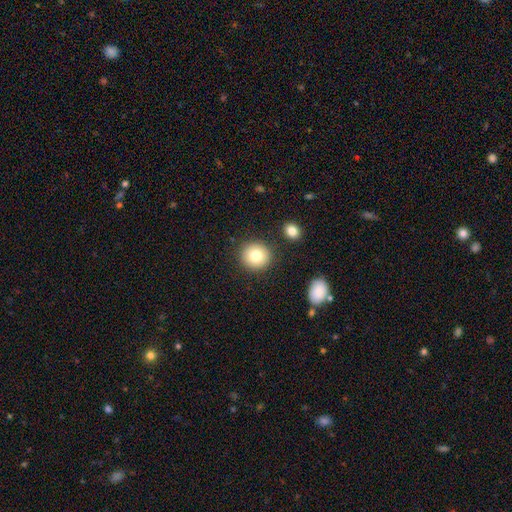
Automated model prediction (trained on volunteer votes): Smooth or featured: smooth — 80% (featured or disk — 11%)
How rounded: round — 90% (in between — 9%)
Merging: none — 87% (minor disturbance — 7%)